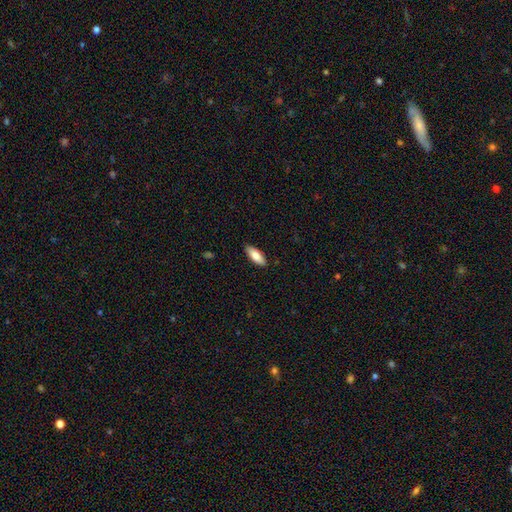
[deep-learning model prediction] smooth 81%, featured or disk 13%, star or artifact 6%. Down the decision tree: how rounded — in between (73%); merging — none (88%).